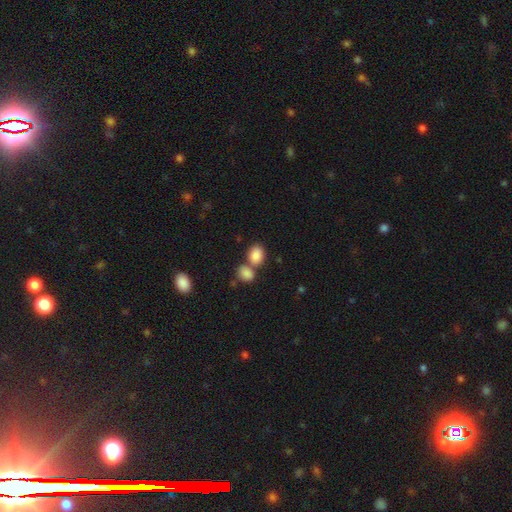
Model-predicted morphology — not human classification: A smooth galaxy with no disk features (86%) that is in between round and cigar-shaped (65%).

Vote fractions:
- Smooth or featured? smooth: 86% / star or artifact: 8% / featured or disk: 6%
- How rounded? in between: 65% / round: 34% / cigar-shaped: 1%
- Merging? none: 47% / merger: 41% / minor disturbance: 9% / major disturbance: 3%